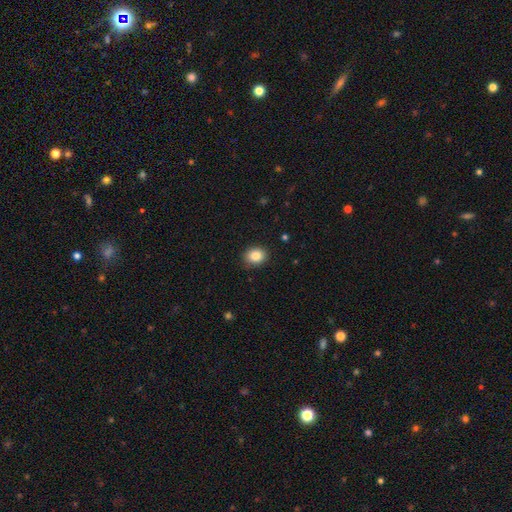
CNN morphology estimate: Smooth or featured: smooth — 85% (star or artifact — 9%)
How rounded: round — 53% (in between — 46%)
Merging: none — 87% (minor disturbance — 10%)